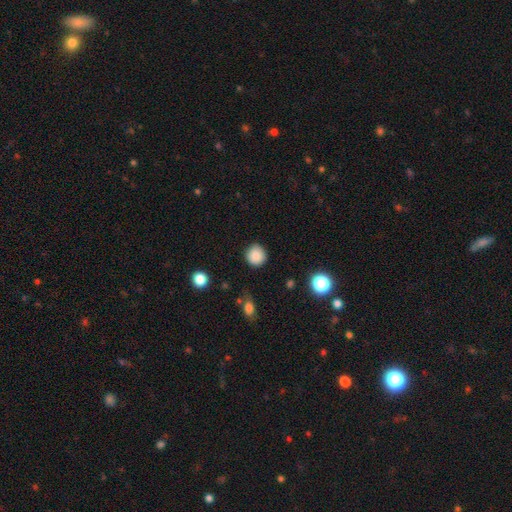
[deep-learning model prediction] A smooth galaxy with no disk features (87%) that is round (92%).

Vote fractions:
- Smooth or featured? smooth: 87% / star or artifact: 9% / featured or disk: 4%
- How rounded? round: 92% / in between: 7% / cigar-shaped: 1%
- Merging? none: 88% / minor disturbance: 8% / major disturbance: 2% / merger: 1%